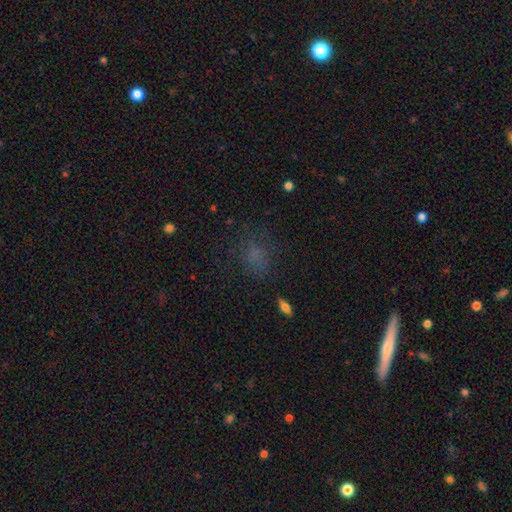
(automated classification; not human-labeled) smooth 64%, star or artifact 23%, featured or disk 13%. Down the decision tree: how rounded — in between (57%); merging — none (64%).